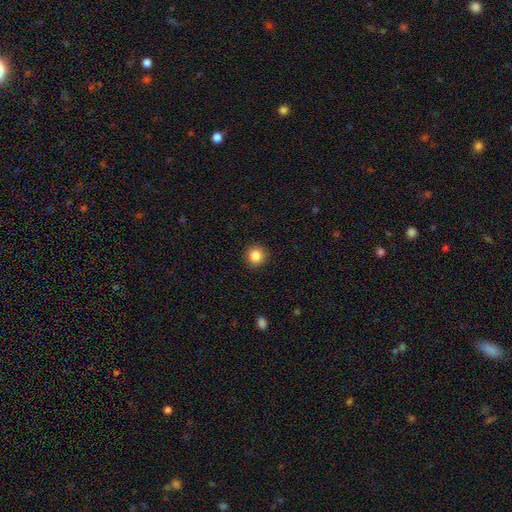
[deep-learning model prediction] This appears to be a smooth galaxy with no disk features (86%) that is round (93%). Merging: none (91%).